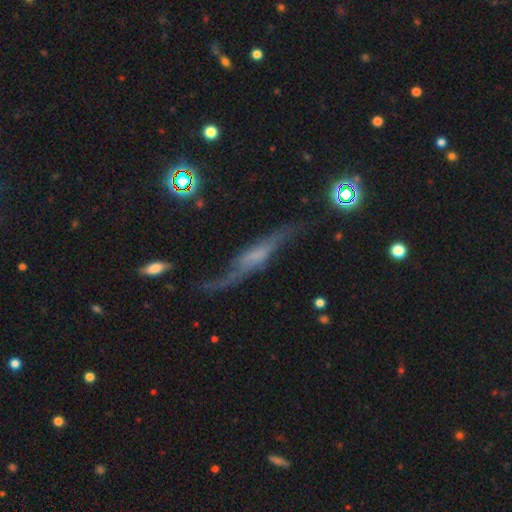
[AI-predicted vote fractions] featured or disk 68%, smooth 22%, star or artifact 10%. Down the decision tree: edge-on disk — yes (55%); merging — none (52%).